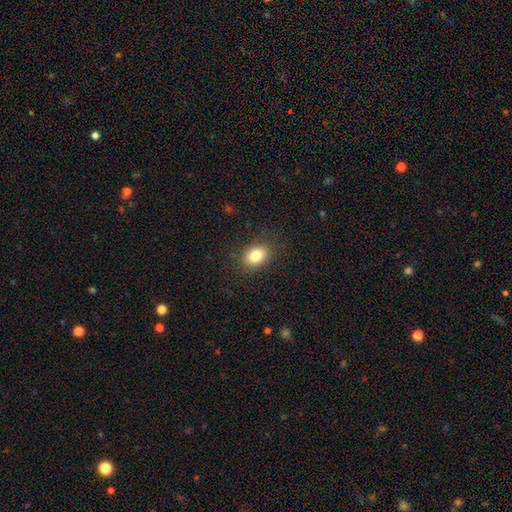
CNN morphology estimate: type=smooth (83%); roundness=in between (68%); merging=none (85%).